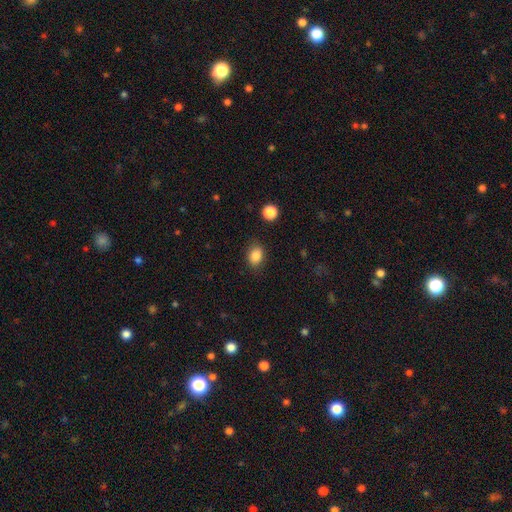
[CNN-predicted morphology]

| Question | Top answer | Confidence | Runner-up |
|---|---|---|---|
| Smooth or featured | smooth | 85% | star or artifact (10%) |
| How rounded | in between | 69% | round (30%) |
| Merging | none | 84% | minor disturbance (11%) |